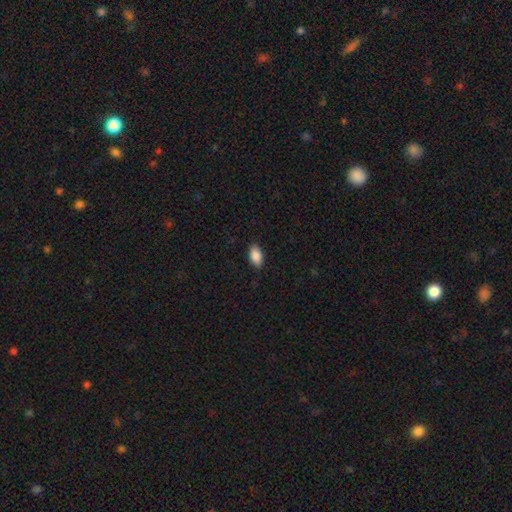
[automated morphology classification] Overall: smooth (88%). How rounded: in between (92%). Merging: none (86%).